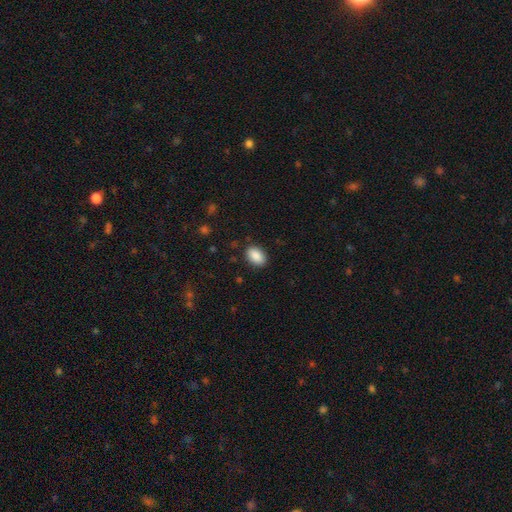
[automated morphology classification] Smooth or featured? Predicted: smooth (p=0.90). How rounded? Predicted: in between (p=0.88). Merging? Predicted: none (p=0.87).